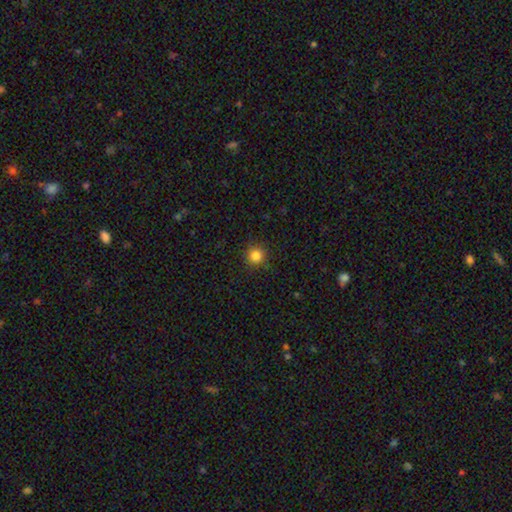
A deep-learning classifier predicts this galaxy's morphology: type=smooth (84%); roundness=round (95%); merging=none (91%).